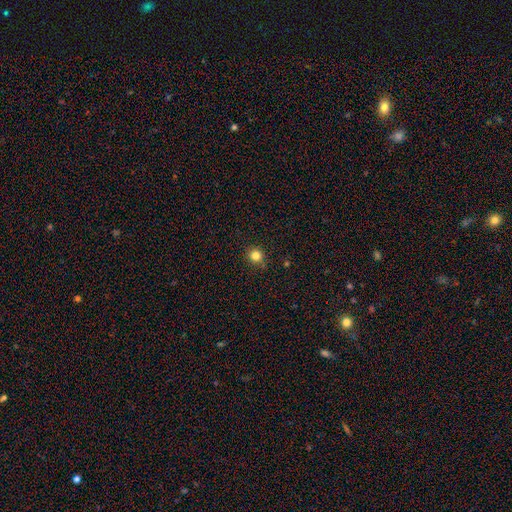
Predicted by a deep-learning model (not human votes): Smooth or featured? Predicted: smooth (p=0.82). How rounded? Predicted: round (p=0.93). Merging? Predicted: none (p=0.88).